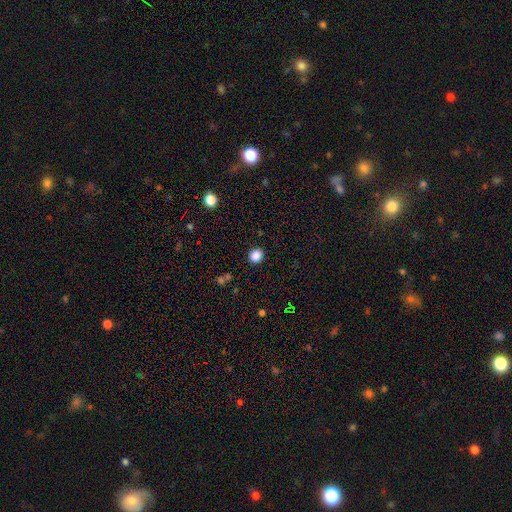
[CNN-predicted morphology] The model was most divided on "how rounded": round: 76%, in between: 23%, cigar-shaped: 1%. More confident: merging — none (90%); smooth or featured — smooth (86%).